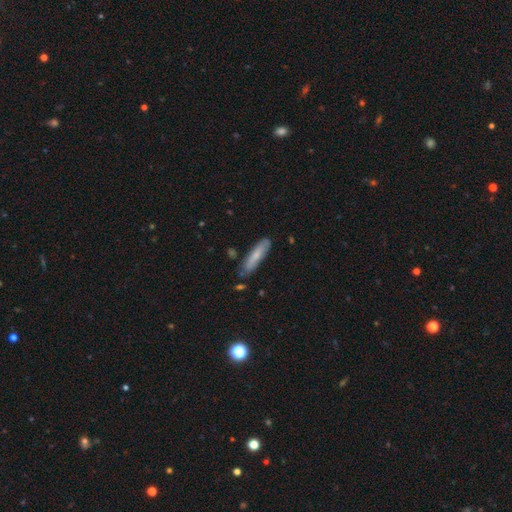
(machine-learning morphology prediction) Overall: smooth (69%). How rounded: cigar-shaped (76%). Merging: none (77%).